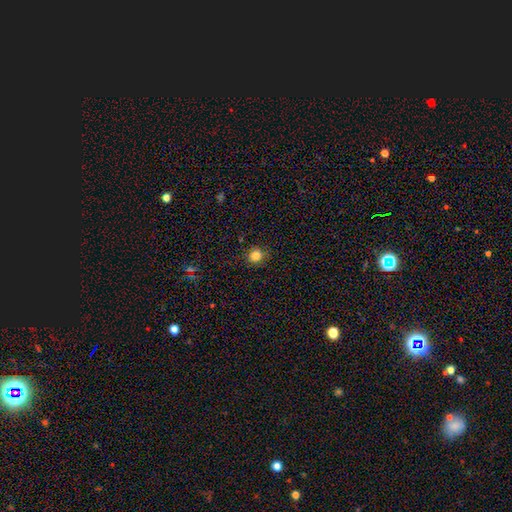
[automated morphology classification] Smooth or featured: smooth — 83% (star or artifact — 13%)
How rounded: round — 88% (in between — 11%)
Merging: none — 87% (minor disturbance — 10%)